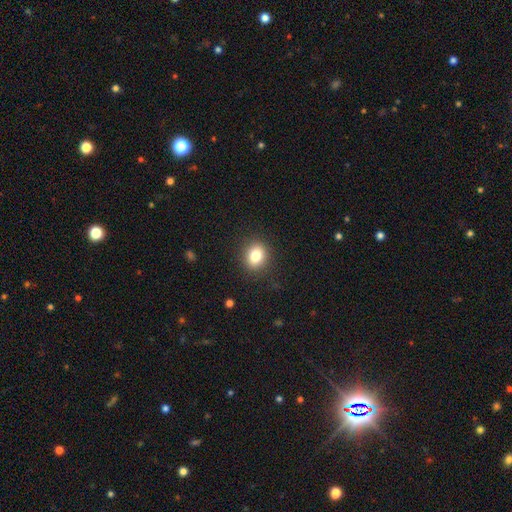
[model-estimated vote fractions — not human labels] smooth 82%, star or artifact 11%, featured or disk 8%. Down the decision tree: how rounded — round (63%); merging — none (88%).